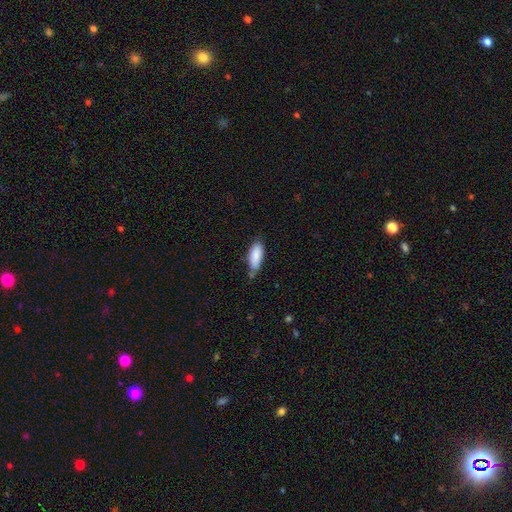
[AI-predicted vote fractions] Smooth or featured: smooth — 86% (featured or disk — 7%)
How rounded: in between — 76% (cigar-shaped — 22%)
Merging: none — 54% (minor disturbance — 34%)